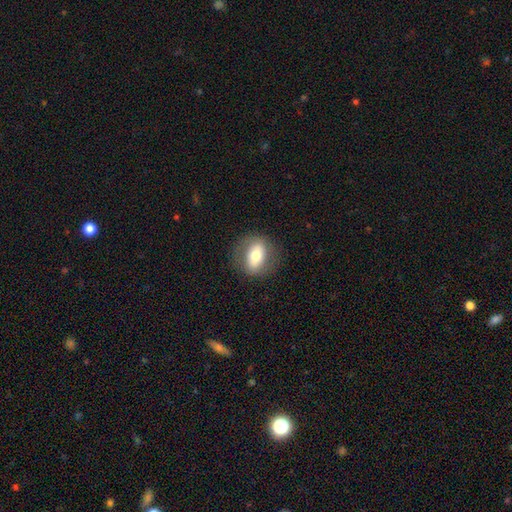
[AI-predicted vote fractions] Overall: smooth (57%; featured or disk 36%). How rounded: in between (69%). Merging: none (81%).